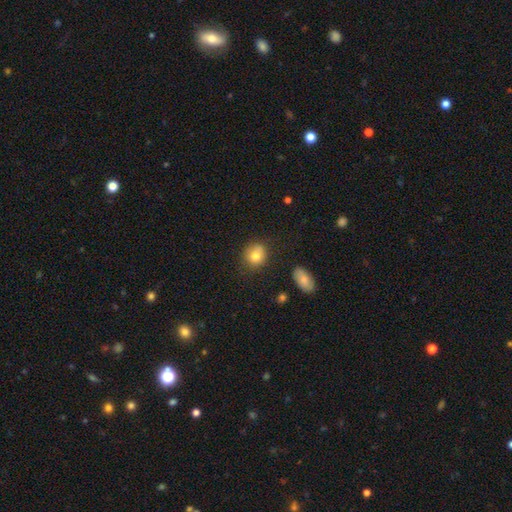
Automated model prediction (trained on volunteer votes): This appears to be a smooth galaxy with no disk features (80%) that is round (74%). Merging: none (72%).